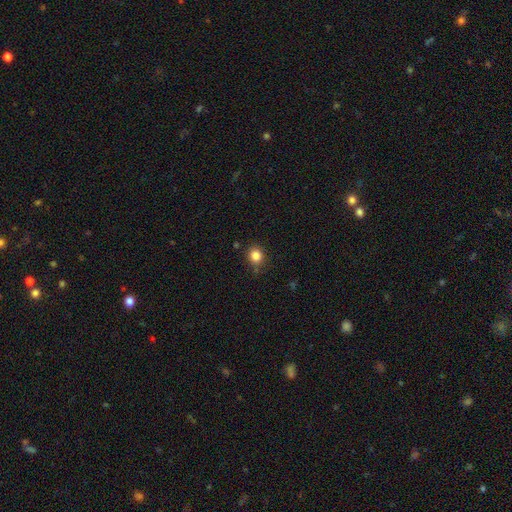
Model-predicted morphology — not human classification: Overall: smooth (84%). How rounded: round (78%). Merging: none (82%).